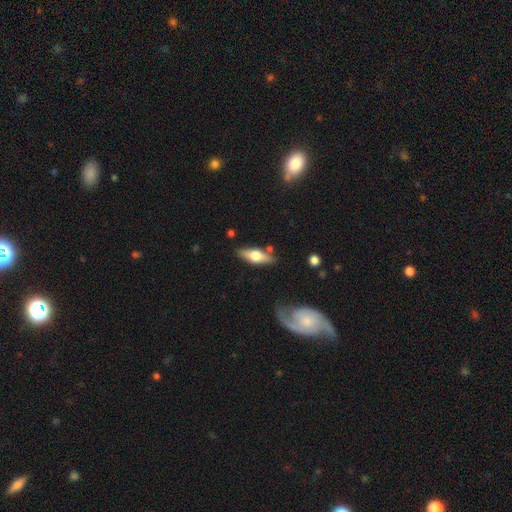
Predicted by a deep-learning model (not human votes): Overall: smooth (49%; featured or disk 45%). Merging: none (78%).